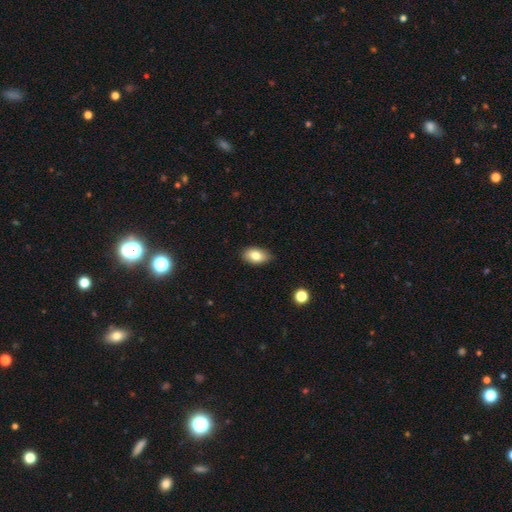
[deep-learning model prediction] The model was most divided on "merging": none: 83%, minor disturbance: 14%, major disturbance: 2%, merger: 1%. More confident: how rounded — in between (90%); smooth or featured — smooth (81%).